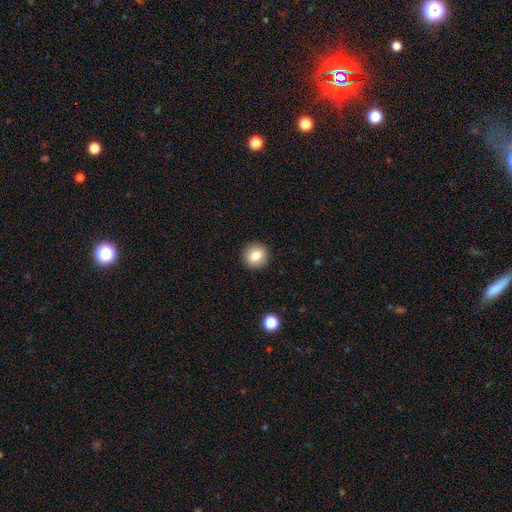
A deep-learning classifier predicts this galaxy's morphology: This is clearly a smooth galaxy (81%). How rounded: clearly round (94%). Merging: clearly none (92%).